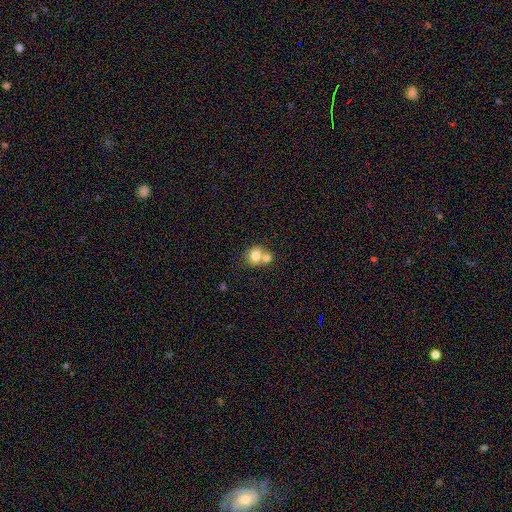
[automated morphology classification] This is likely a smooth galaxy (76%). How rounded: likely round (74%). Merging: possibly merger (57%).